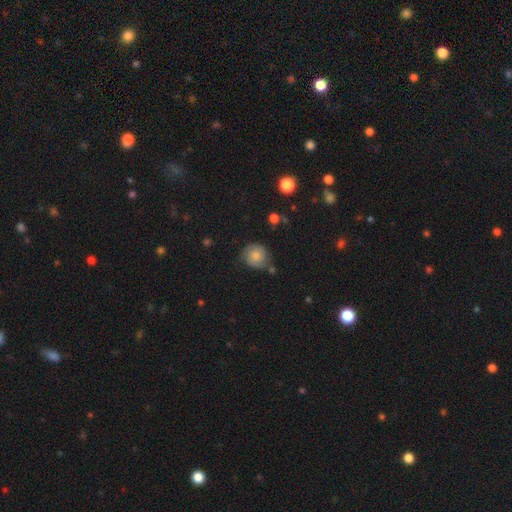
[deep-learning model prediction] Smooth or featured? Predicted: smooth (p=0.63). How rounded? Predicted: round (p=0.87). Merging? Predicted: none (p=0.65).